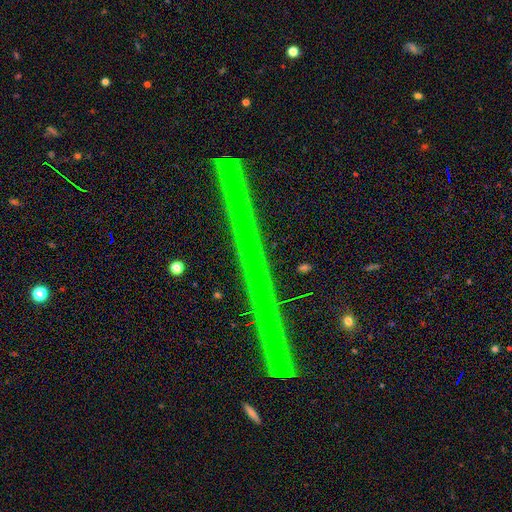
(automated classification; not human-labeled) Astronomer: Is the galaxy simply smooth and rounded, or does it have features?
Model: star or artifact — 73%.